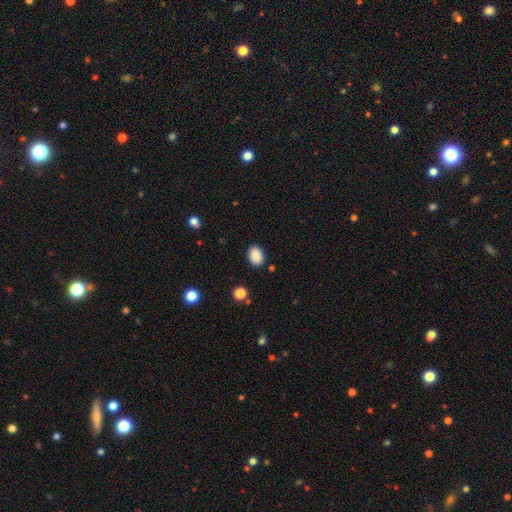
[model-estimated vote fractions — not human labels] A smooth galaxy with no disk features (89%) that is in between round and cigar-shaped (78%).

Vote fractions:
- Smooth or featured? smooth: 89% / star or artifact: 8% / featured or disk: 3%
- How rounded? in between: 78% / round: 21% / cigar-shaped: 1%
- Merging? none: 87% / minor disturbance: 9% / major disturbance: 2% / merger: 1%